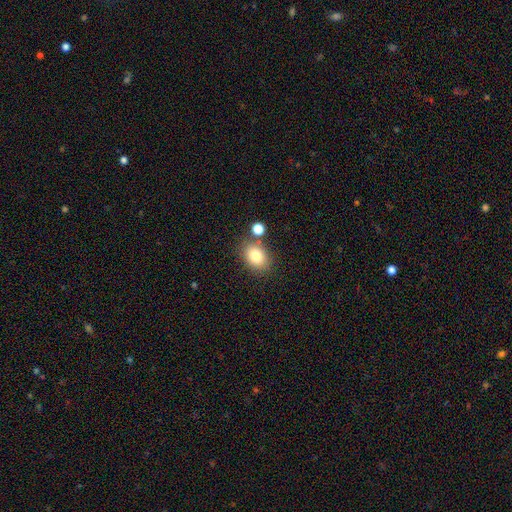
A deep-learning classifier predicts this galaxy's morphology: smooth-or-featured: smooth: 81% | star or artifact: 10% | featured or disk: 8%
  how-rounded: in between: 68% | round: 31% | cigar-shaped: 1%
  merging: none: 73% | minor disturbance: 12% | merger: 12% | major disturbance: 3%